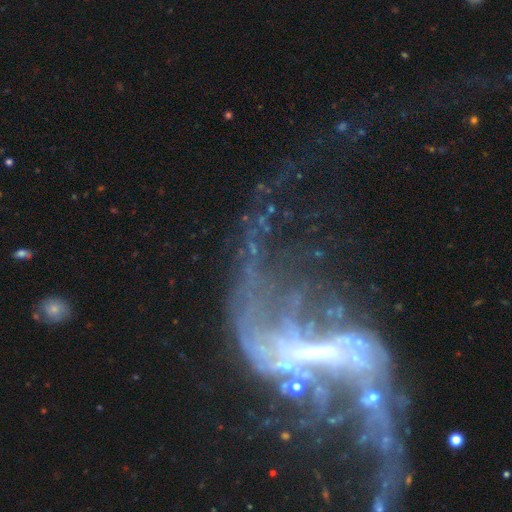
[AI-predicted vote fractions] This appears to be a featured or disk galaxy (83%) with a strong bar (38%), 2 (64%) loose (81%) spiral arms (82%) and a small central bulge (50%). Merging: major disturbance (44%).